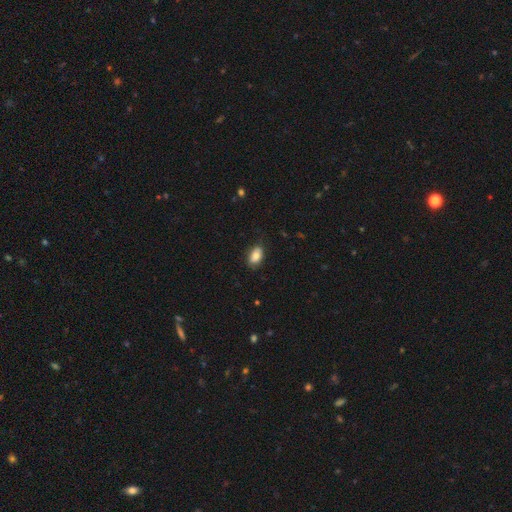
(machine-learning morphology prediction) smooth 83%, featured or disk 9%, star or artifact 8%. Down the decision tree: how rounded — in between (90%); merging — none (79%).